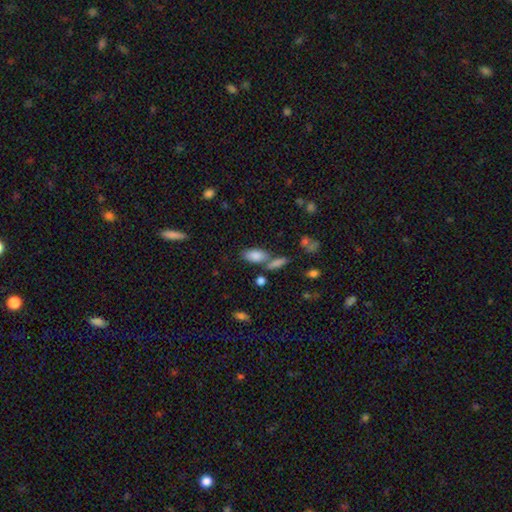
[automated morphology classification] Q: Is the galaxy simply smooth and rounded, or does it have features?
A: smooth — 84%.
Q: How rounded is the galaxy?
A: in between — 90%.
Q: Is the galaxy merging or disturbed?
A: none — 56%.